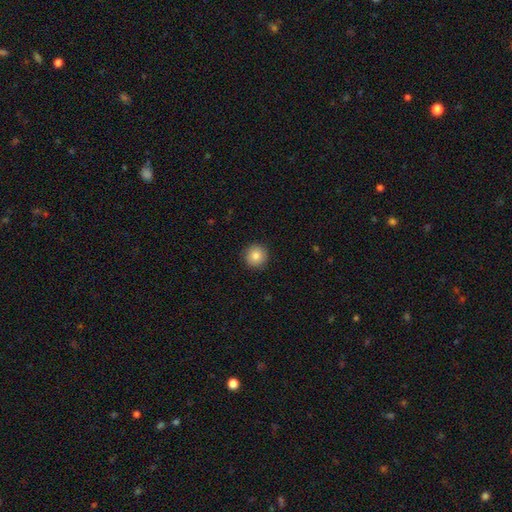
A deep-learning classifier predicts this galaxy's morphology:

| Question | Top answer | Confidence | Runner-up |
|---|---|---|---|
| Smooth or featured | smooth | 84% | star or artifact (9%) |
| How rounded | round | 95% | in between (4%) |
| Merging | none | 92% | minor disturbance (5%) |